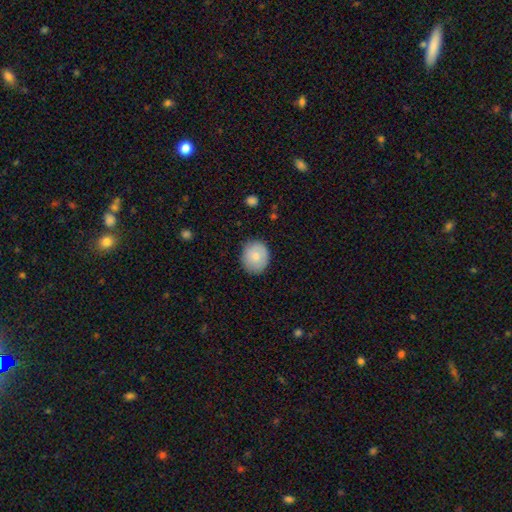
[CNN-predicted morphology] Smooth or featured? Predicted: smooth (p=0.78). How rounded? Predicted: round (p=0.74). Merging? Predicted: none (p=0.84).